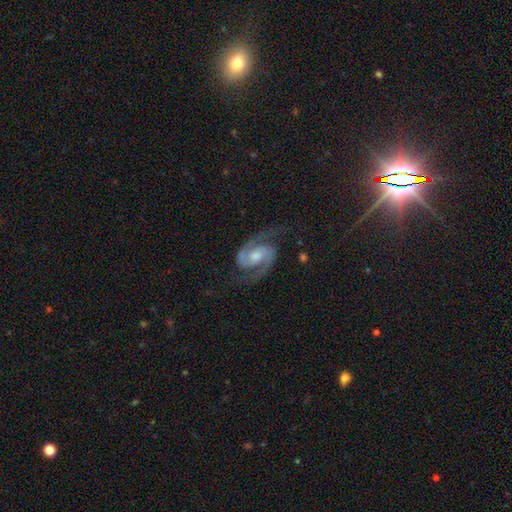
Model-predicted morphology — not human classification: smooth_or_featured: featured or disk (p=0.92) [alt: star or artifact p=0.04]
disk_edge_on: no (p=0.98) [alt: yes p=0.02]
bar: no (p=0.48) [alt: weak p=0.39]
has_spiral_arms: yes (p=0.98) [alt: no p=0.02]
spiral_winding: medium (p=0.60) [alt: tight p=0.26]
spiral_arm_count: 2 (p=0.94) [alt: can't tell p=0.01]
bulge_size: moderate (p=0.55) [alt: small p=0.24]
merging: none (p=0.77) [alt: minor disturbance p=0.14]